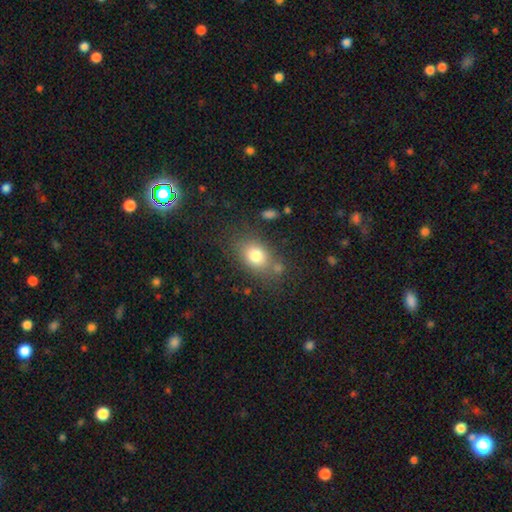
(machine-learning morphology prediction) This is likely a smooth galaxy (78%). How rounded: likely in between (68%). Merging: likely none (72%).